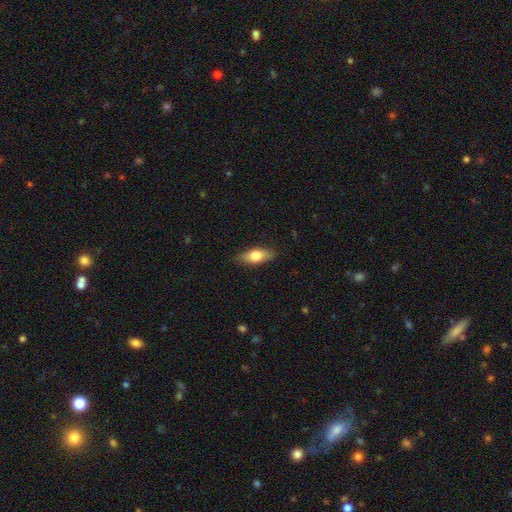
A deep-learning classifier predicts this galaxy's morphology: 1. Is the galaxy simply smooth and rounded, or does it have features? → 72% smooth, 22% featured or disk, 6% star or artifact.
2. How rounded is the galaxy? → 73% in between, 23% cigar-shaped, 4% round.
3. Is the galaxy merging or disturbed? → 84% none, 12% minor disturbance, 2% major disturbance, 1% merger.